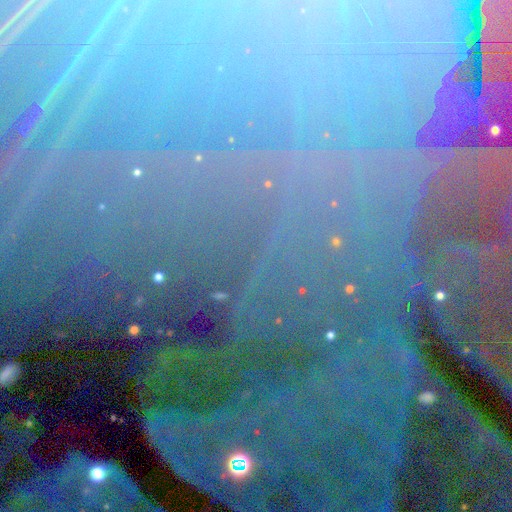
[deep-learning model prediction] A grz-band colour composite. It shows a star or artifact, not a galaxy (81%).